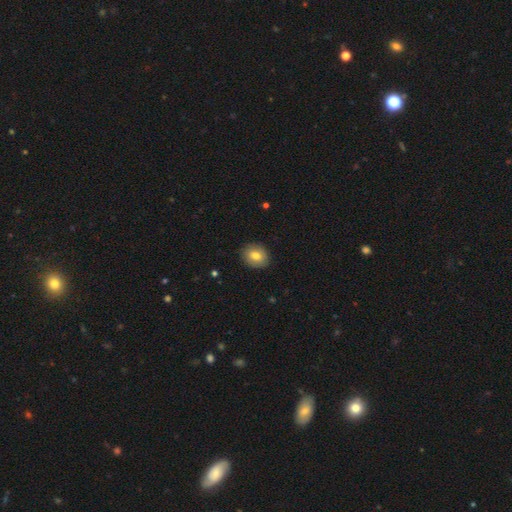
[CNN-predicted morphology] smooth_or_featured: smooth (p=0.78) [alt: featured or disk p=0.14]
how_rounded: round (p=0.62) [alt: in between p=0.37]
merging: none (p=0.87) [alt: minor disturbance p=0.10]